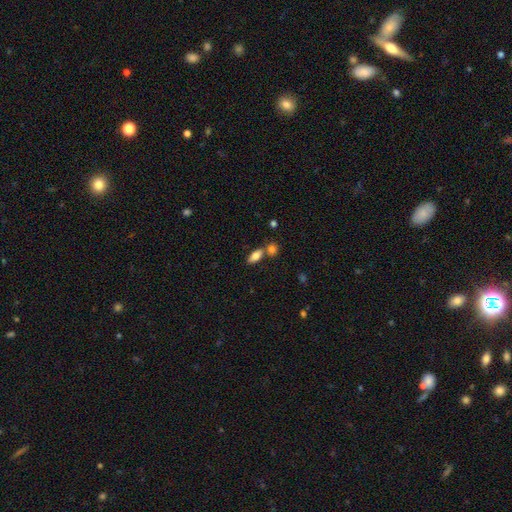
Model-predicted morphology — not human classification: This appears to be a smooth galaxy with no disk features (78%) that is in between round and cigar-shaped (82%). Merging: none (61%).